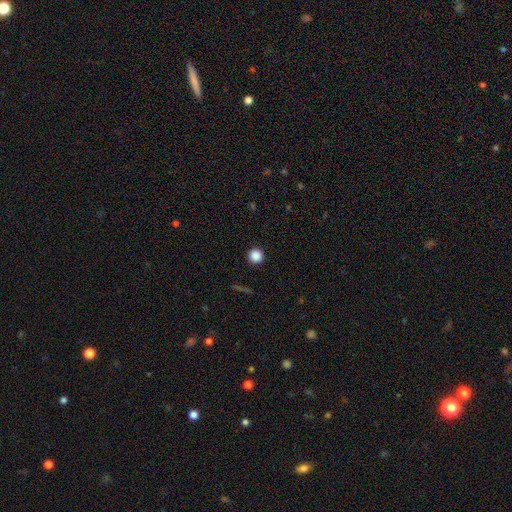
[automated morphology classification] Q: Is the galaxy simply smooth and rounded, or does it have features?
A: smooth — 87%.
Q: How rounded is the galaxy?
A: round — 96%.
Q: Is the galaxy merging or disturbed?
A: none — 93%.